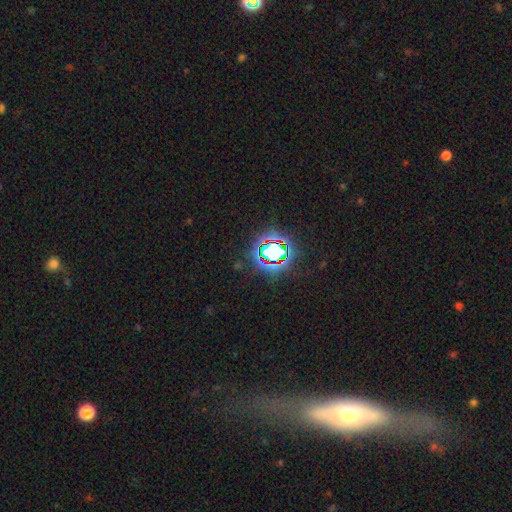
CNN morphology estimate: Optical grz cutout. It shows a star or artifact, not a galaxy (70%).